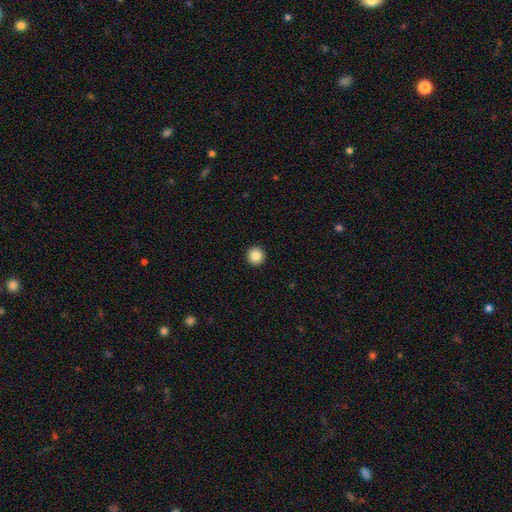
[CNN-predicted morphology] A smooth galaxy with no disk features (85%) that is round (96%). Merging: none (94%).